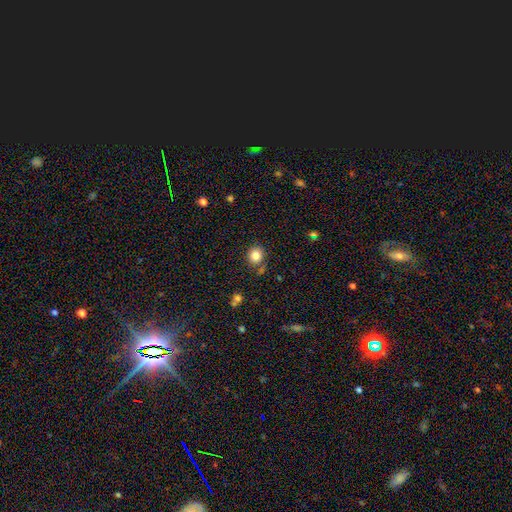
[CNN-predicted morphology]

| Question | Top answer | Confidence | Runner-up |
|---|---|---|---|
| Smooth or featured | smooth | 83% | star or artifact (11%) |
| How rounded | round | 77% | in between (22%) |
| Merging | none | 80% | minor disturbance (11%) |